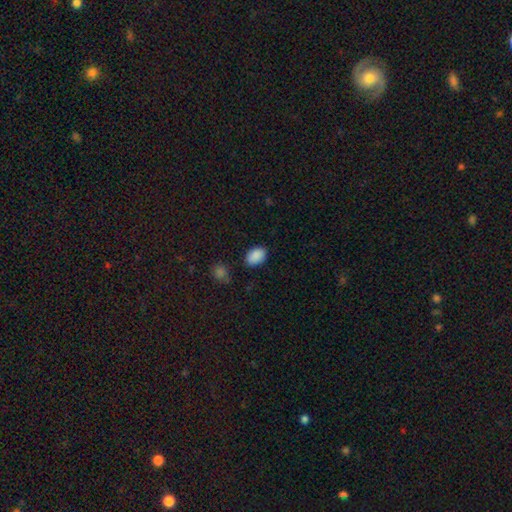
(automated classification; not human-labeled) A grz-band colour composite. It shows a smooth galaxy with no disk features (89%) that is in between round and cigar-shaped (86%). Merging: none (84%).